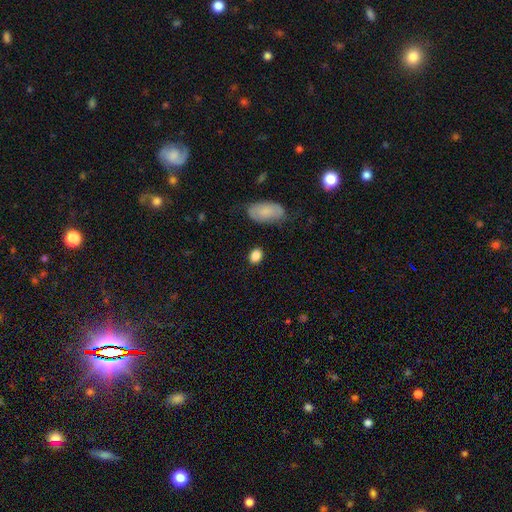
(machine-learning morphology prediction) A smooth galaxy with no disk features (86%) that is in between round and cigar-shaped (76%).

Vote fractions:
- Smooth or featured? smooth: 86% / star or artifact: 9% / featured or disk: 5%
- How rounded? in between: 76% / round: 22% / cigar-shaped: 2%
- Merging? none: 82% / minor disturbance: 12% / major disturbance: 3% / merger: 3%